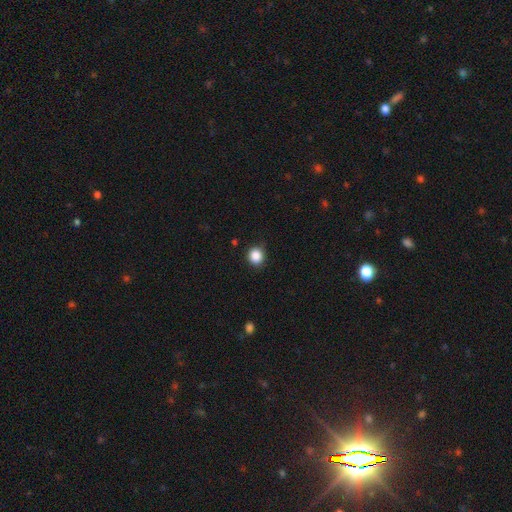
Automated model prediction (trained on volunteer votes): Smooth or featured: smooth — 87% (star or artifact — 10%)
How rounded: round — 86% (in between — 13%)
Merging: none — 85% (minor disturbance — 11%)